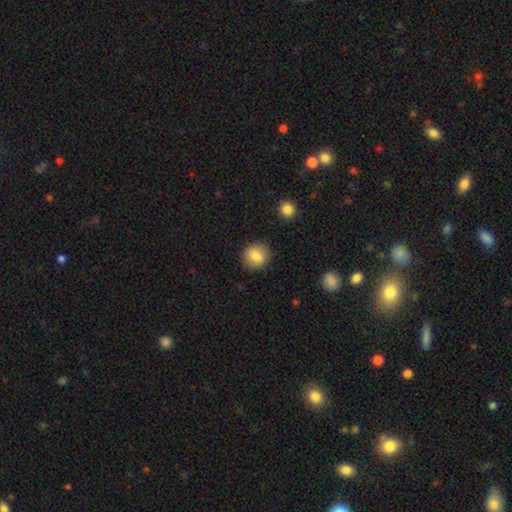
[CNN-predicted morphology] Smooth or featured: smooth — 83% (featured or disk — 9%)
How rounded: round — 89% (in between — 10%)
Merging: none — 89% (minor disturbance — 8%)